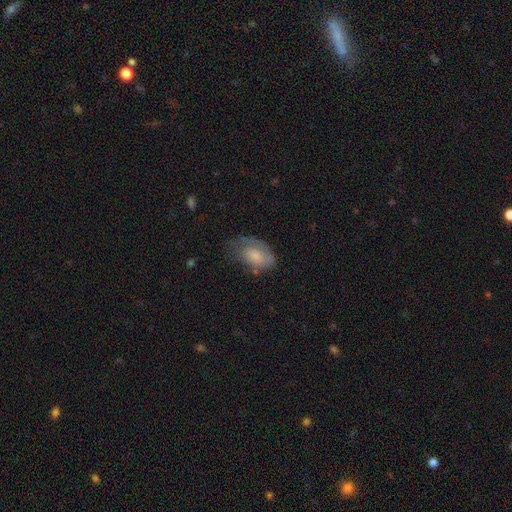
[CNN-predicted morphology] The model was most divided on "merging": none: 40%, minor disturbance: 34%, major disturbance: 23%, merger: 2%. More confident: how rounded — in between (89%); smooth or featured — smooth (60%).